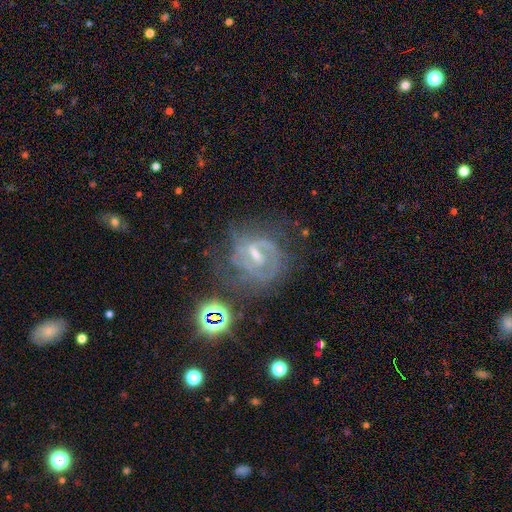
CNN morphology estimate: Overall: featured or disk (78%). Edge-on disk: no (97%). Bar: weak (49%; strong 38%). Spiral arms: yes (85%). Spiral arm count: 2 (43%; can't tell 32%). Spiral winding: tight (49%; medium 39%). Bulge size: small (51%; moderate 37%). Merging: none (56%; minor disturbance 21%).